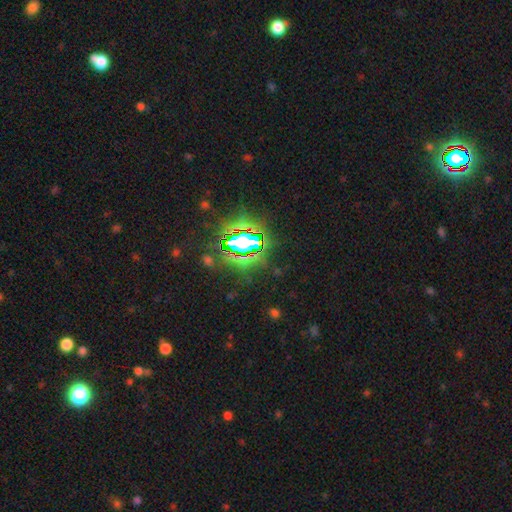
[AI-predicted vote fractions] A star or artifact, not a galaxy (74%).